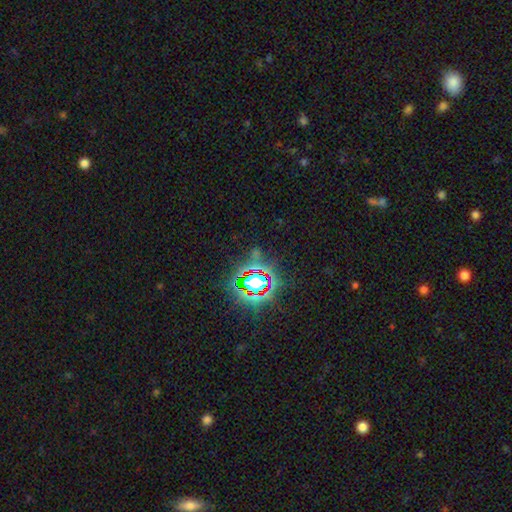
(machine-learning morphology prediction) type=star or artifact (78%).